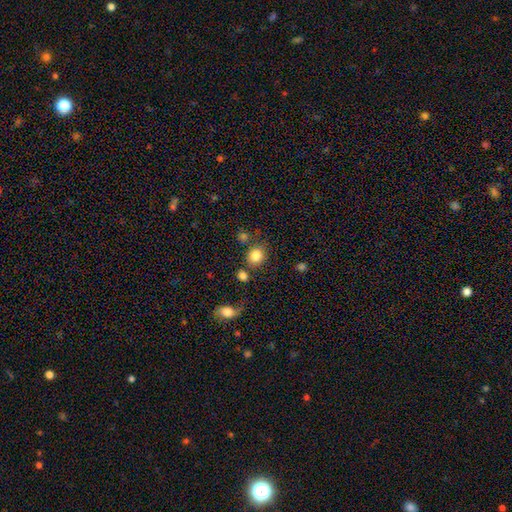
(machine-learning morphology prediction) A smooth galaxy with no disk features (84%) that is round (78%).

Vote fractions:
- Smooth or featured? smooth: 84% / star or artifact: 10% / featured or disk: 5%
- How rounded? round: 78% / in between: 21% / cigar-shaped: 1%
- Merging? none: 74% / minor disturbance: 10% / merger: 10% / major disturbance: 5%